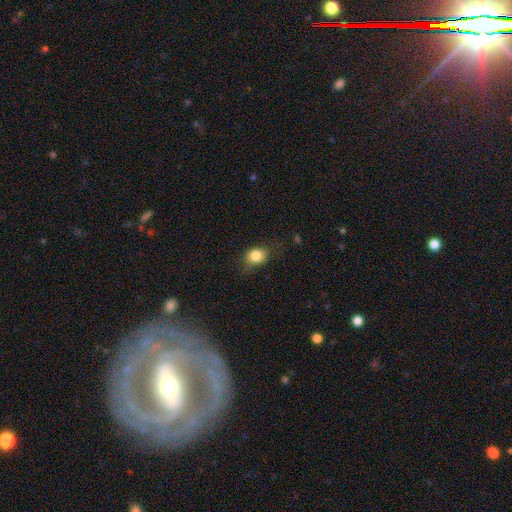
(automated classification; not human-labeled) A smooth galaxy with no disk features (81%) that is round (51%).

Vote fractions:
- Smooth or featured? smooth: 81% / star or artifact: 10% / featured or disk: 9%
- How rounded? round: 51% / in between: 48% / cigar-shaped: 1%
- Merging? none: 70% / minor disturbance: 21% / major disturbance: 8% / merger: 1%